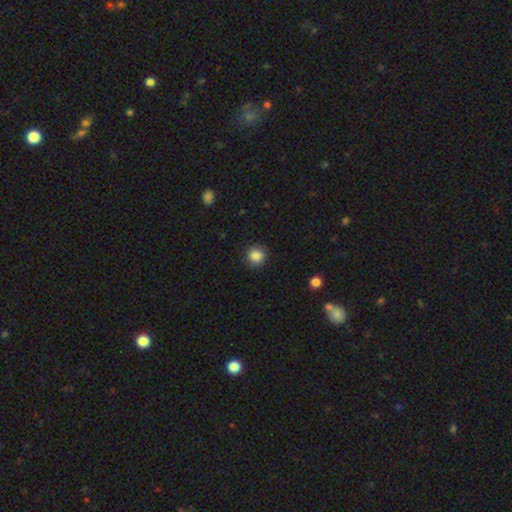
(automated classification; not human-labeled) This appears to be a smooth galaxy with no disk features (86%) that is round (90%). Merging: none (88%).